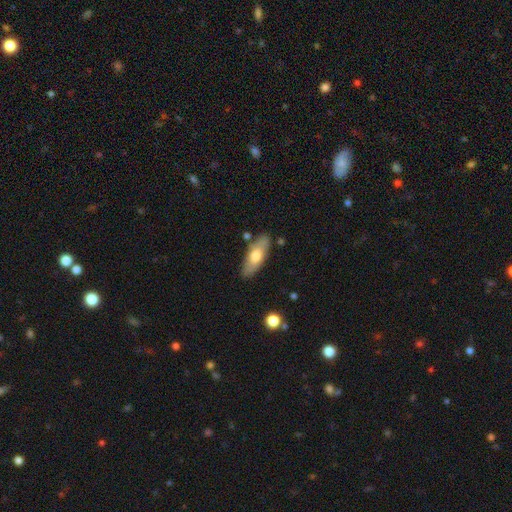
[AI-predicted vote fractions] This appears to be a smooth galaxy with no disk features (64%) that is in between round and cigar-shaped (74%). Merging: none (81%).